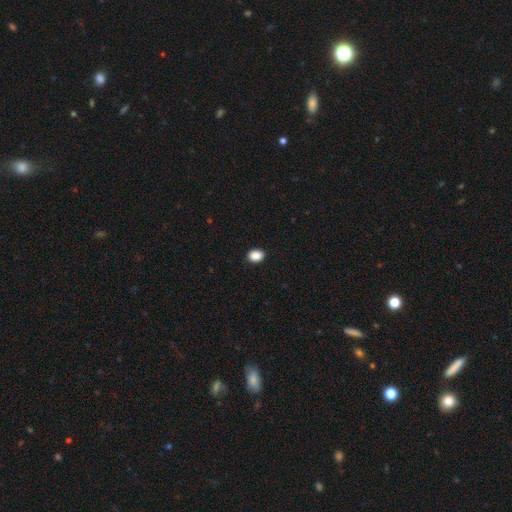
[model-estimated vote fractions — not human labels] This is clearly a smooth galaxy (89%). How rounded: likely in between (63%). Merging: clearly none (90%).